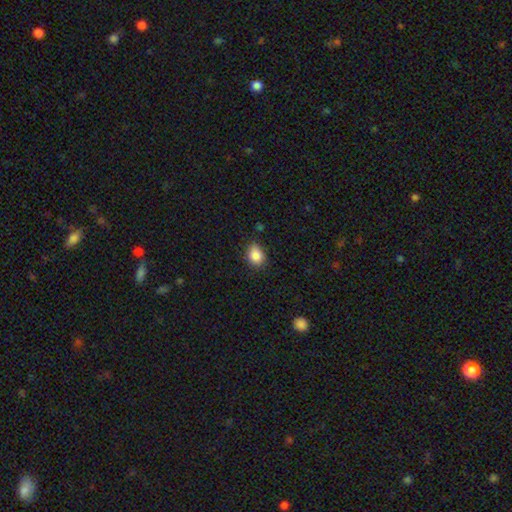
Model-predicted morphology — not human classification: type=smooth (87%); roundness=in between (52%); merging=none (76%).